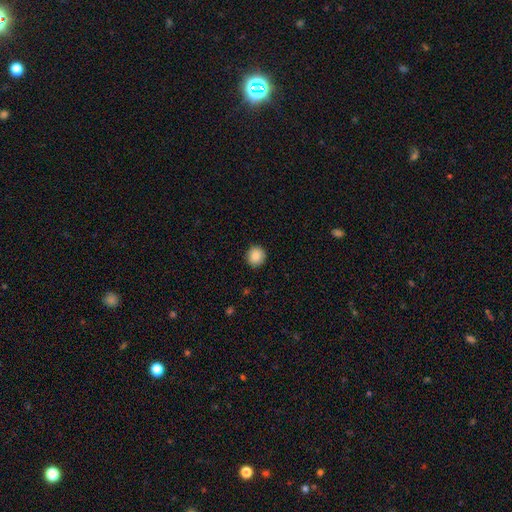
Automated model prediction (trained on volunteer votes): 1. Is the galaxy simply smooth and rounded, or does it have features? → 87% smooth, 9% star or artifact, 4% featured or disk.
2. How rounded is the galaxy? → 93% round, 6% in between, 1% cigar-shaped.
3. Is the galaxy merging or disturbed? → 92% none, 6% minor disturbance, 2% major disturbance, 1% merger.